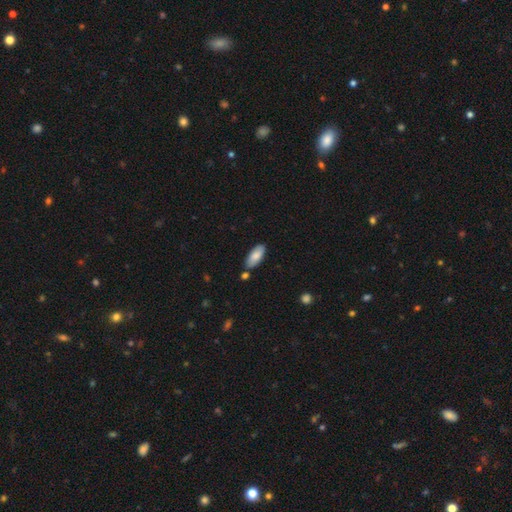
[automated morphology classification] The model was most divided on "merging": none: 82%, minor disturbance: 11%, merger: 5%, major disturbance: 2%. More confident: how rounded — in between (85%); smooth or featured — smooth (84%).